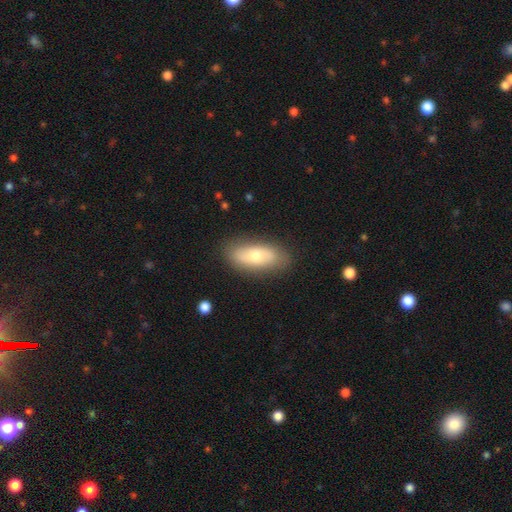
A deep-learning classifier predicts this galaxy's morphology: smooth-or-featured: smooth: 60% | featured or disk: 34% | star or artifact: 6%
  how-rounded: in between: 83% | cigar-shaped: 14% | round: 3%
  merging: none: 84% | minor disturbance: 12% | major disturbance: 3% | merger: 1%